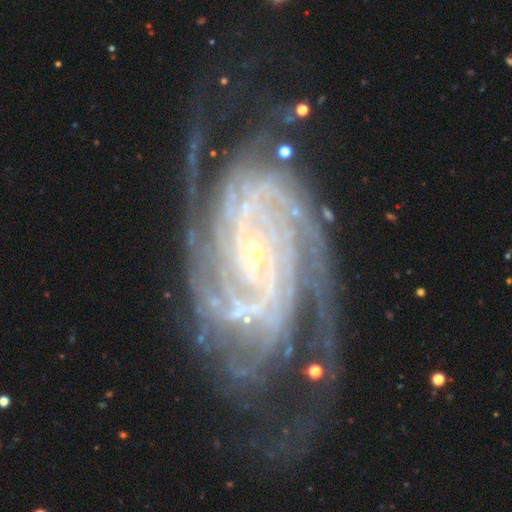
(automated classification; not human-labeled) featured or disk 92%, star or artifact 5%, smooth 3%. Down the decision tree: edge-on disk — no (97%); bar — no (58%); spiral arms — yes (99%); spiral arm count — 4 (22%); spiral winding — tight (71%); bulge size — small (86%); merging — none (69%).